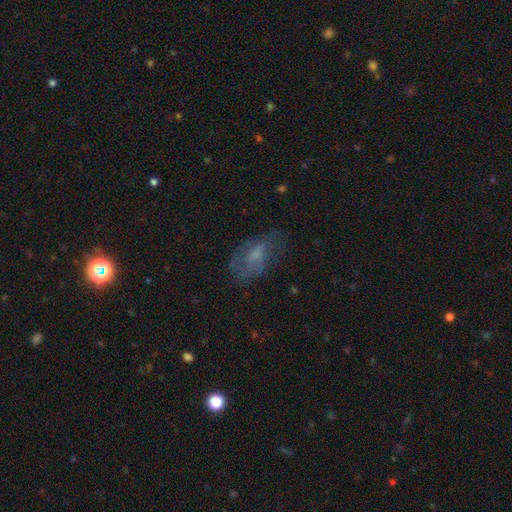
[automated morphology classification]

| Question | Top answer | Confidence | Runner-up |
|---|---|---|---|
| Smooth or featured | featured or disk | 49% | smooth (40%) |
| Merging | none | 55% | minor disturbance (24%) |